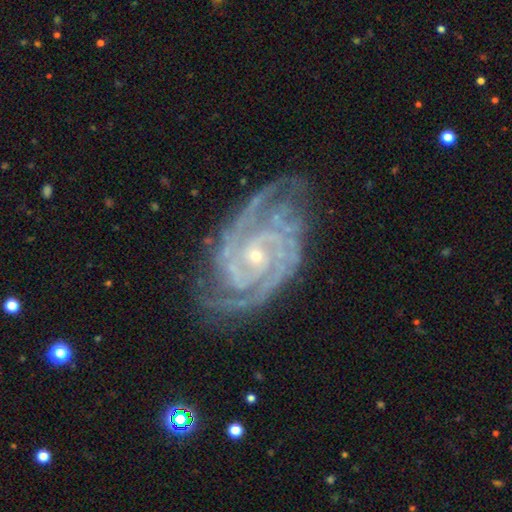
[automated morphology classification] Overall: featured or disk (93%). Edge-on disk: no (97%). Bar: no (68%). Spiral arms: yes (99%). Spiral arm count: 2 (35%; 3 25%). Spiral winding: tight (74%). Bulge size: small (81%). Merging: none (72%).